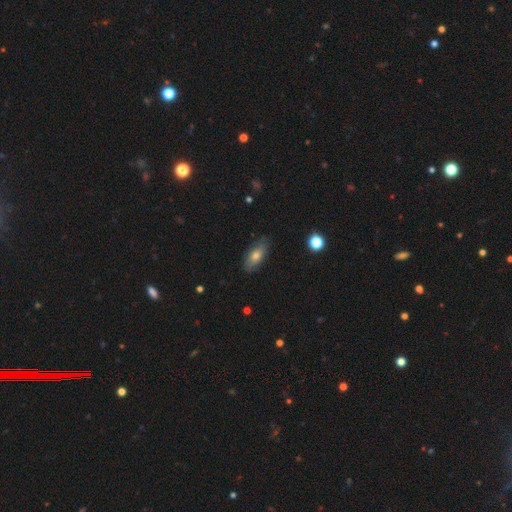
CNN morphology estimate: This appears to be a smooth galaxy with no disk features (67%) that is in between round and cigar-shaped (82%). Merging: none (83%).